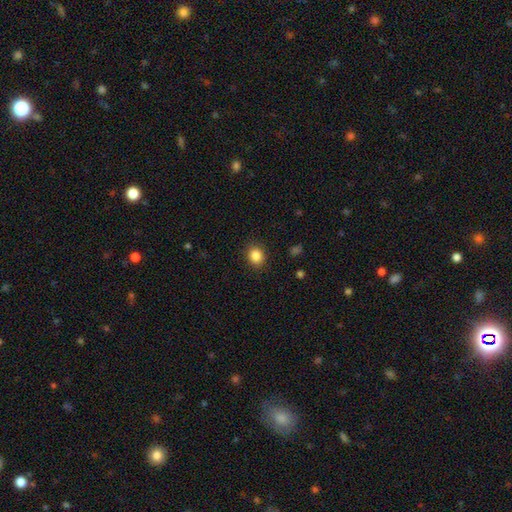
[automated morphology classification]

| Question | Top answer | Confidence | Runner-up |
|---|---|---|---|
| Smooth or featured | smooth | 85% | star or artifact (10%) |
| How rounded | round | 70% | in between (29%) |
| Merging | none | 89% | minor disturbance (8%) |